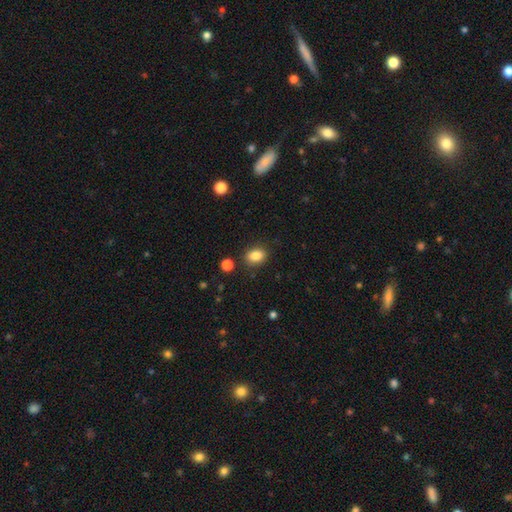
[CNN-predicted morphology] This appears to be a smooth galaxy with no disk features (85%) that is in between round and cigar-shaped (69%). Merging: none (84%).